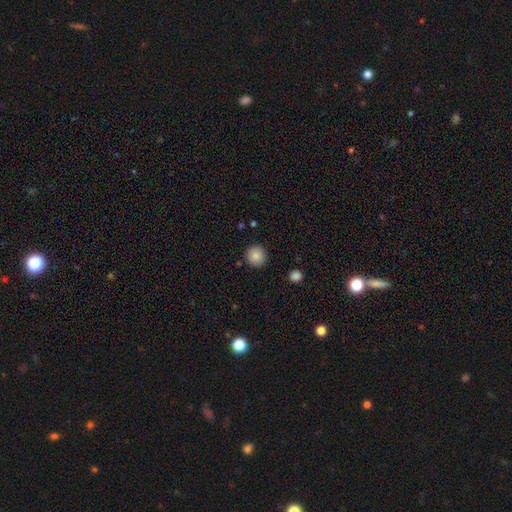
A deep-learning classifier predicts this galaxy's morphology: The model was most divided on "smooth or featured": smooth: 87%, star or artifact: 9%, featured or disk: 5%. More confident: how rounded — round (94%); merging — none (91%).